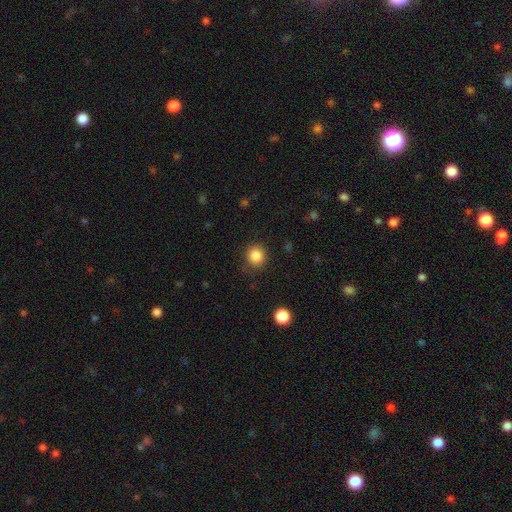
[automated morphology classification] A smooth galaxy with no disk features (85%) that is round (89%). Merging: none (87%).